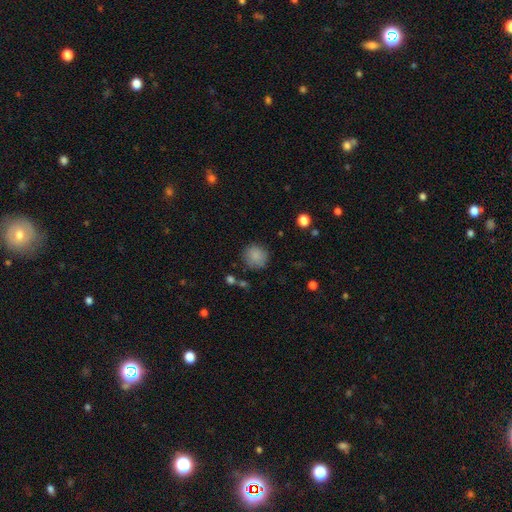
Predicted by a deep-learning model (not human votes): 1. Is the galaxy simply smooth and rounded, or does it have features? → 85% smooth, 9% star or artifact, 5% featured or disk.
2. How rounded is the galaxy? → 91% round, 8% in between, 1% cigar-shaped.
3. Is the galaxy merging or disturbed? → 81% none, 12% minor disturbance, 4% major disturbance, 3% merger.